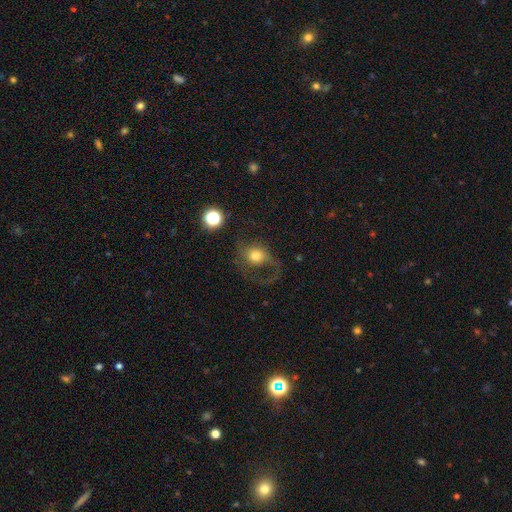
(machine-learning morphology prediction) Smooth or featured: smooth — 49% (featured or disk — 41%)
Merging: major disturbance — 42% (none — 38%)